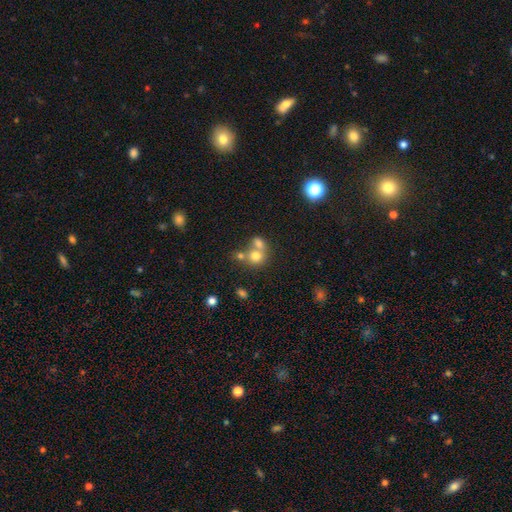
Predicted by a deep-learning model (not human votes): The model was most divided on "merging": merger: 55%, none: 34%, minor disturbance: 7%, major disturbance: 4%. More confident: how rounded — round (75%); smooth or featured — smooth (72%).